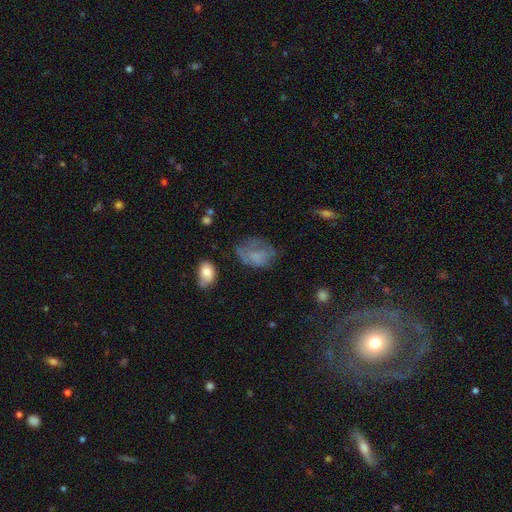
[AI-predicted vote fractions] Smooth or featured?
  - smooth: 51% *
  - featured or disk: 35%
  - star or artifact: 14%
How rounded?
  - in between: 72% *
  - round: 26%
  - cigar-shaped: 2%
Merging?
  - none: 45% *
  - minor disturbance: 28%
  - major disturbance: 24%
  - merger: 3%